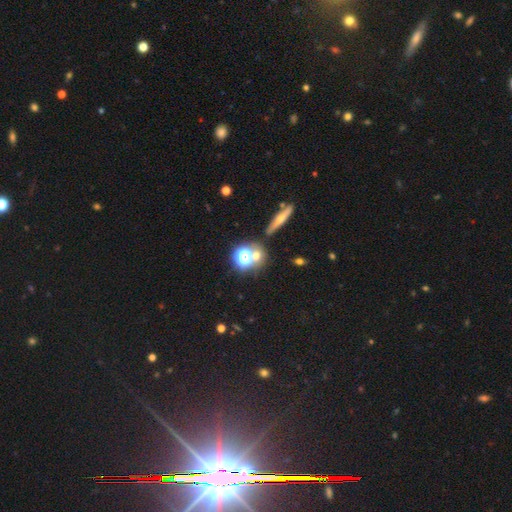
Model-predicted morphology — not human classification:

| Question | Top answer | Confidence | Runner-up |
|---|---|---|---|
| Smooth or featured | smooth | 51% | star or artifact (35%) |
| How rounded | round | 77% | in between (17%) |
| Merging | none | 70% | merger (17%) |